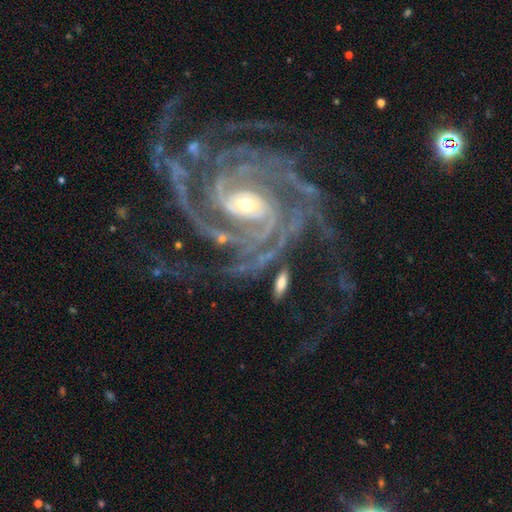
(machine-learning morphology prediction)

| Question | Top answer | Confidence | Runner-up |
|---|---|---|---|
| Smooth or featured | featured or disk | 93% | star or artifact (5%) |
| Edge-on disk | no | 98% | yes (2%) |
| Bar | no | 42% | weak (34%) |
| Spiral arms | yes | 99% | no (1%) |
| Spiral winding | tight | 63% | medium (31%) |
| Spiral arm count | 4 | 24% | 3 (20%) |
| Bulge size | small | 64% | moderate (31%) |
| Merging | none | 59% | major disturbance (21%) |